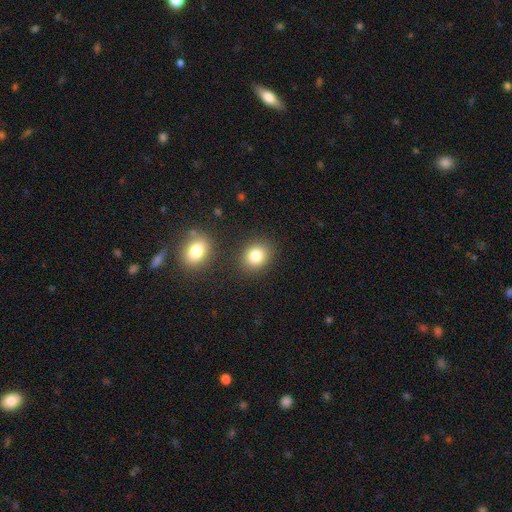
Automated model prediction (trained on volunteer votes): smooth_or_featured: smooth (p=0.82) [alt: star or artifact p=0.10]
how_rounded: round (p=0.57) [alt: in between p=0.42]
merging: none (p=0.83) [alt: minor disturbance p=0.09]